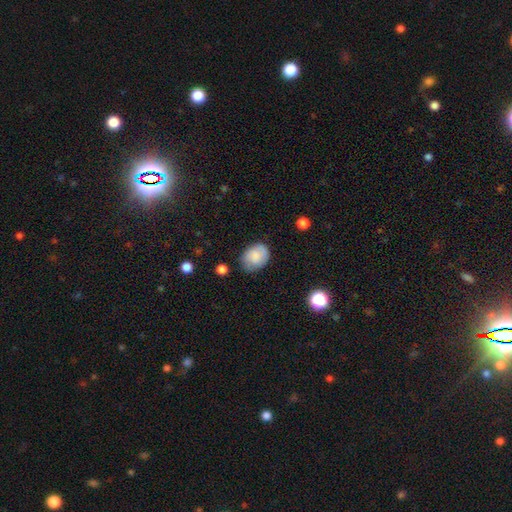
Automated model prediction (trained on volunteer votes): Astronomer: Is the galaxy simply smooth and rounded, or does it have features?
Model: smooth — 79%.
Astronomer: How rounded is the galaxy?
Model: in between — 65%.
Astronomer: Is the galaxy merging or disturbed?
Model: none — 68%.